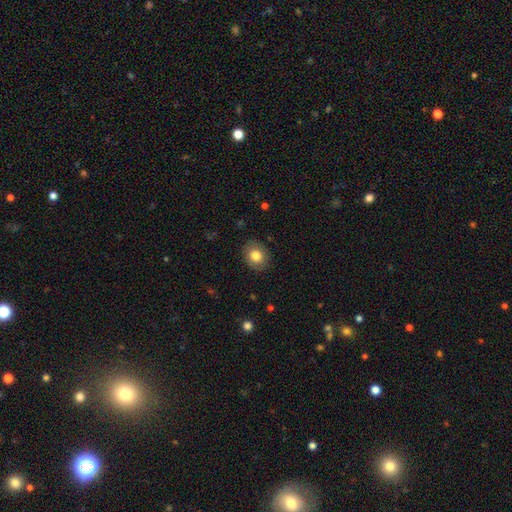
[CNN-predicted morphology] type=smooth (80%); roundness=round (60%); merging=none (87%).